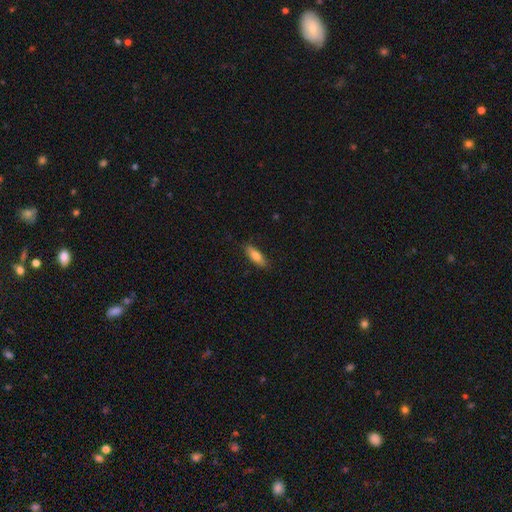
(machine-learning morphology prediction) This appears to be a smooth galaxy with no disk features (76%) that is in between round and cigar-shaped (57%). Merging: none (84%).